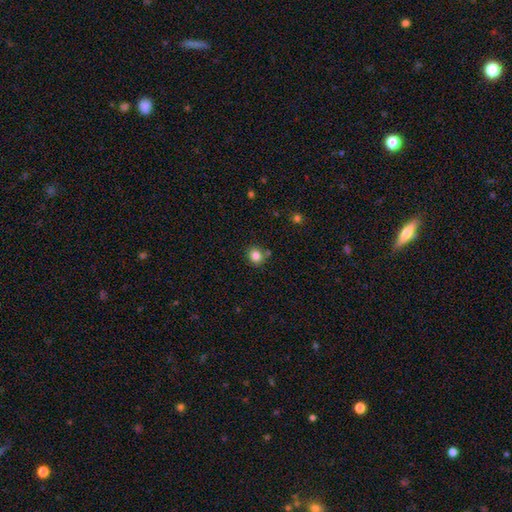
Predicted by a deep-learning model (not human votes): This is clearly a smooth galaxy (84%). How rounded: clearly round (82%). Merging: likely none (79%).